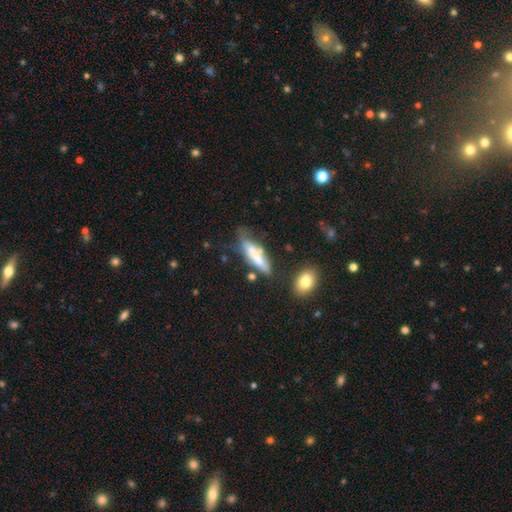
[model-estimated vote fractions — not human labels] The model was most divided on "merging": none: 47%, minor disturbance: 28%, major disturbance: 14%, merger: 11%. More confident: how rounded — cigar-shaped (72%); smooth or featured — smooth (59%).